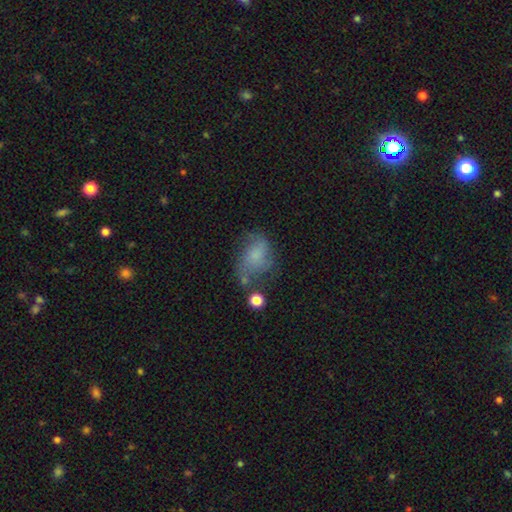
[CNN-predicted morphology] Smooth or featured?
  - smooth: 56% *
  - featured or disk: 32%
  - star or artifact: 12%
How rounded?
  - in between: 76% *
  - round: 22%
  - cigar-shaped: 2%
Merging?
  - none: 36% *
  - minor disturbance: 28%
  - major disturbance: 27%
  - merger: 9%